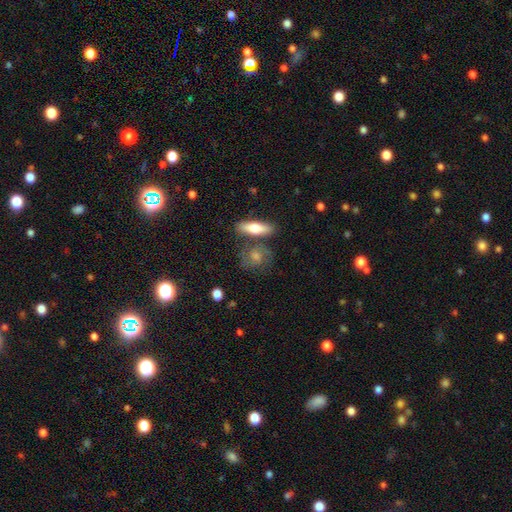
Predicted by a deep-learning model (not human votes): Smooth or featured?
  - smooth: 42% * (tied)
  - featured or disk: 42% * (tied)
  - star or artifact: 17%
Merging?
  - none: 67% *
  - minor disturbance: 14%
  - merger: 13%
  - major disturbance: 6%